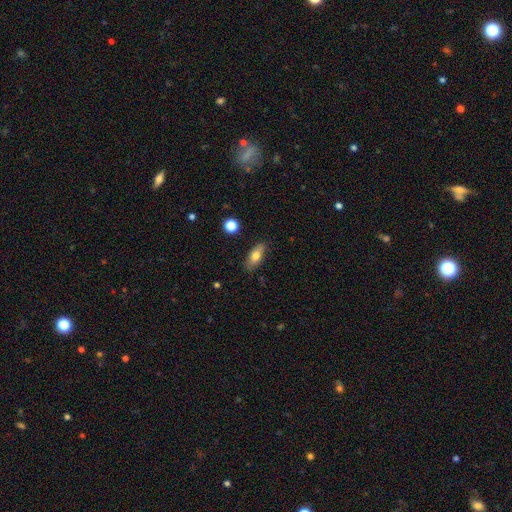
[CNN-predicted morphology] smooth 73%, featured or disk 19%, star or artifact 8%. Down the decision tree: how rounded — in between (78%); merging — none (84%).